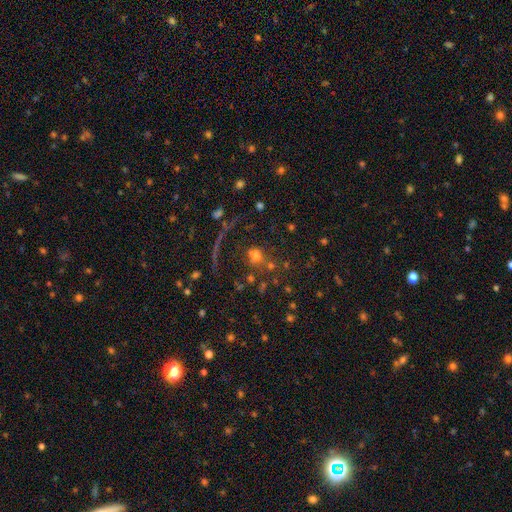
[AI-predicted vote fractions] Smooth or featured: smooth — 56% (star or artifact — 29%)
How rounded: round — 73% (in between — 24%)
Merging: none — 54% (merger — 20%)